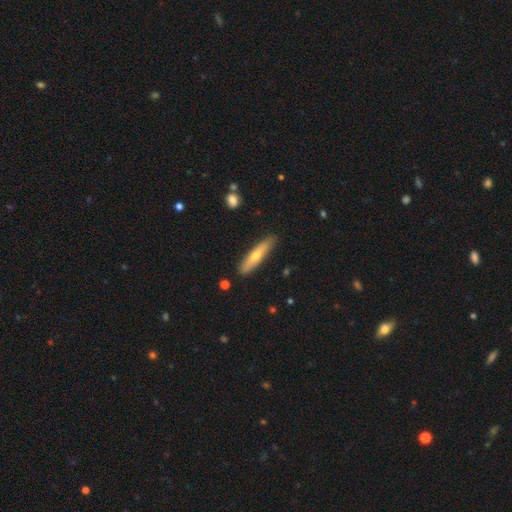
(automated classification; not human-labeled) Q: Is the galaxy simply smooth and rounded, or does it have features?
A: smooth — 59%.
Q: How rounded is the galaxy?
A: cigar-shaped — 84%.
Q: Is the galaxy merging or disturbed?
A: none — 84%.